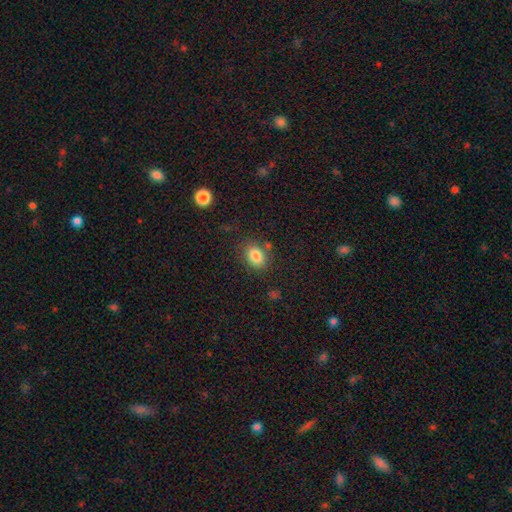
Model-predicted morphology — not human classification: Smooth or featured? Predicted: smooth (p=0.84). How rounded? Predicted: in between (p=0.64). Merging? Predicted: none (p=0.77).